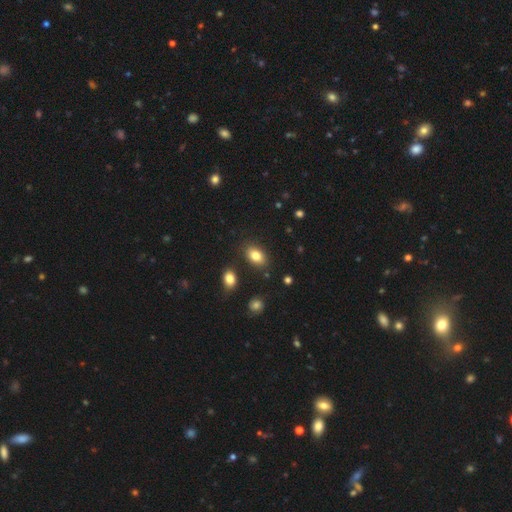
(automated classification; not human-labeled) smooth 83%, star or artifact 9%, featured or disk 9%. Down the decision tree: how rounded — in between (86%); merging — none (84%).